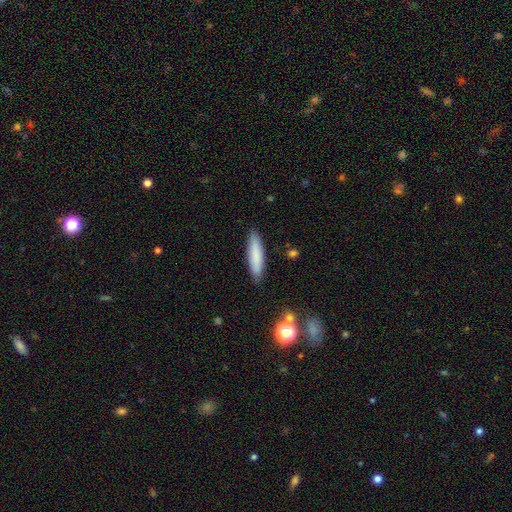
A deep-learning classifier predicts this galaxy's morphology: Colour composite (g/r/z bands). It shows a smooth galaxy with no disk features (82%) that is cigar-shaped (77%). Merging: none (87%).